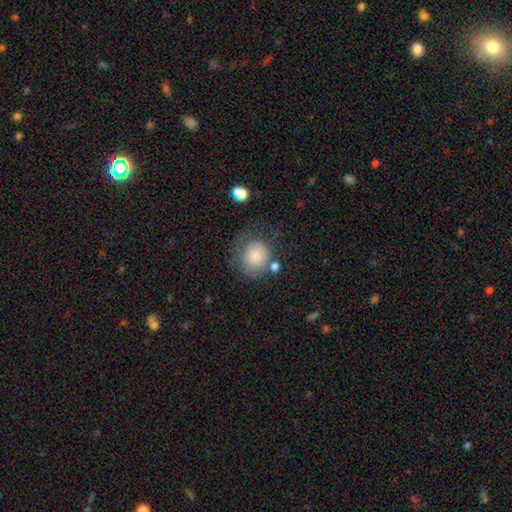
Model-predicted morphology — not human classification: smooth-or-featured: smooth: 80% | featured or disk: 11% | star or artifact: 9%
  how-rounded: round: 86% | in between: 13% | cigar-shaped: 1%
  merging: none: 53% | minor disturbance: 21% | major disturbance: 16% | merger: 9%